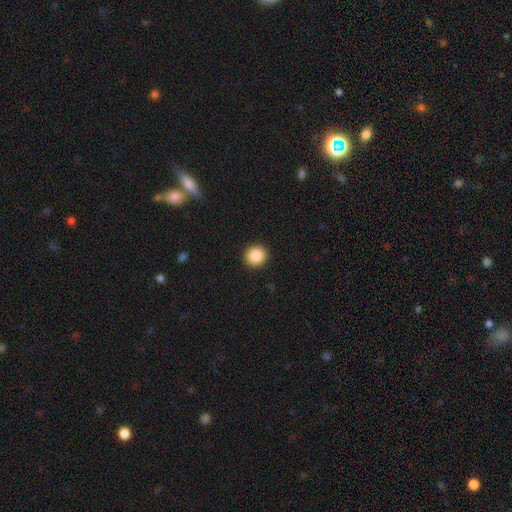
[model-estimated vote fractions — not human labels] A smooth galaxy with no disk features (87%) that is round (89%). Merging: none (93%).